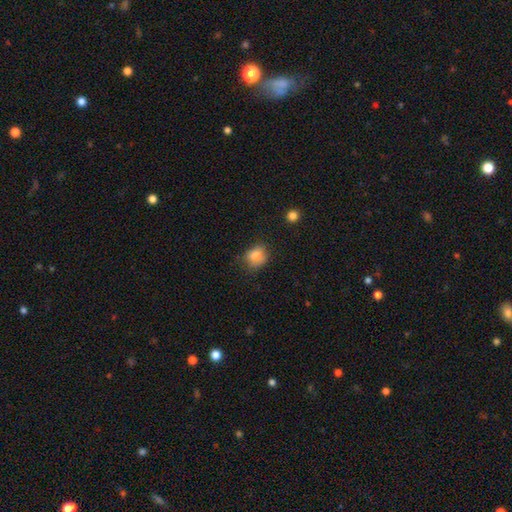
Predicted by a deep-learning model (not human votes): This is clearly a smooth galaxy (81%). How rounded: possibly round (60%). Merging: likely none (66%).